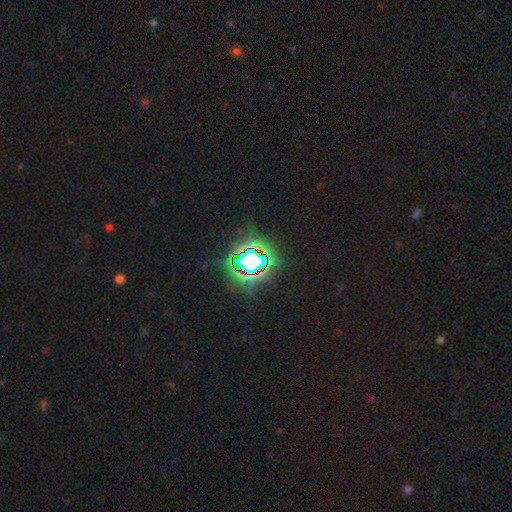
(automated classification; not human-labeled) Smooth or featured? Predicted: star or artifact (p=0.75).